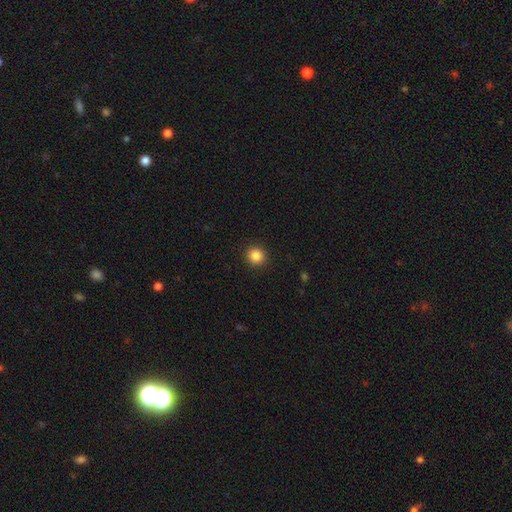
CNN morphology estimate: A smooth galaxy with no disk features (86%) that is round (91%).

Vote fractions:
- Smooth or featured? smooth: 86% / star or artifact: 10% / featured or disk: 4%
- How rounded? round: 91% / in between: 8% / cigar-shaped: 1%
- Merging? none: 92% / minor disturbance: 5% / major disturbance: 2% / merger: 1%